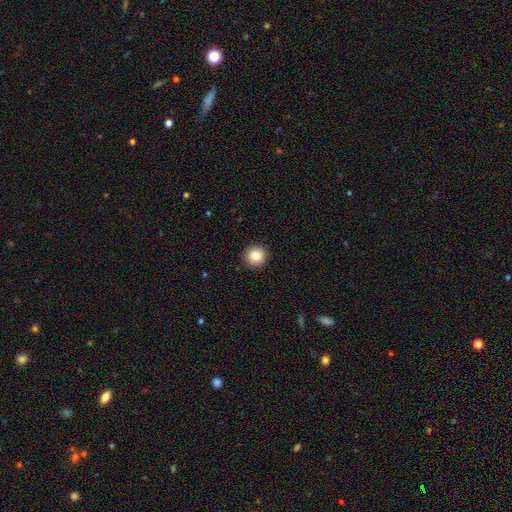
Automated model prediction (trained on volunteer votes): A smooth galaxy with no disk features (83%) that is round (95%). Merging: none (93%).